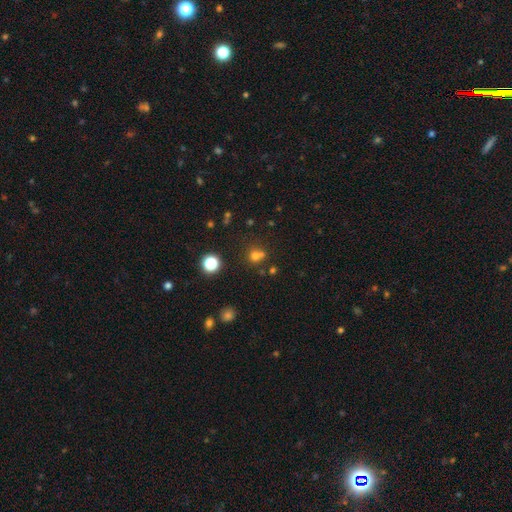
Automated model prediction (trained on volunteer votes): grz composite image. It shows a smooth galaxy with no disk features (66%) that is round (85%). Merging: none (50%).